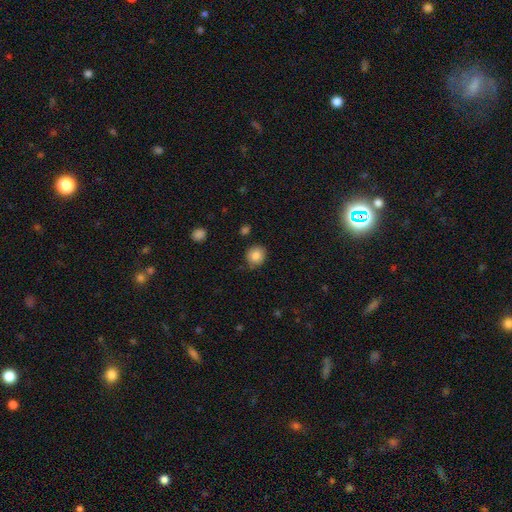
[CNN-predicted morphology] Smooth or featured? smooth (83%)
How rounded? round (87%)
Merging? none (81%)